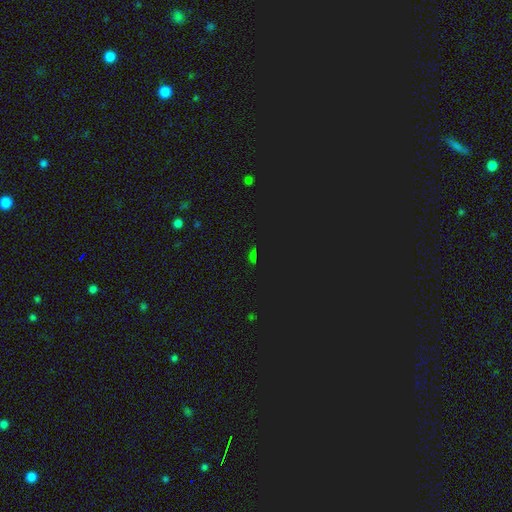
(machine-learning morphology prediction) Q: Smooth or featured?
A: star or artifact (60%); runner-up: smooth (32%)